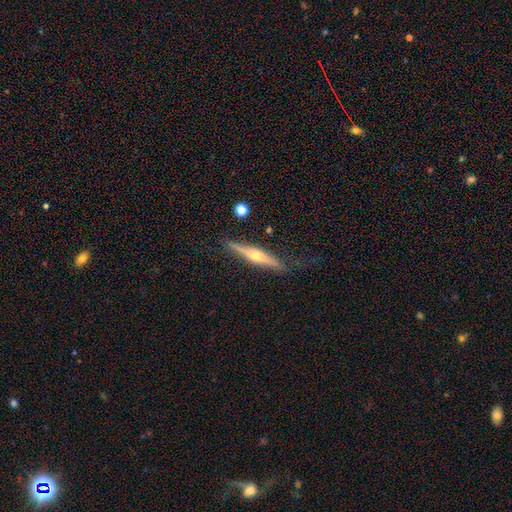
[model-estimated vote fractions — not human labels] Overall: featured or disk (74%). Edge-on disk: yes (95%). Edge-on bulge: rounded (92%). Merging: none (74%).